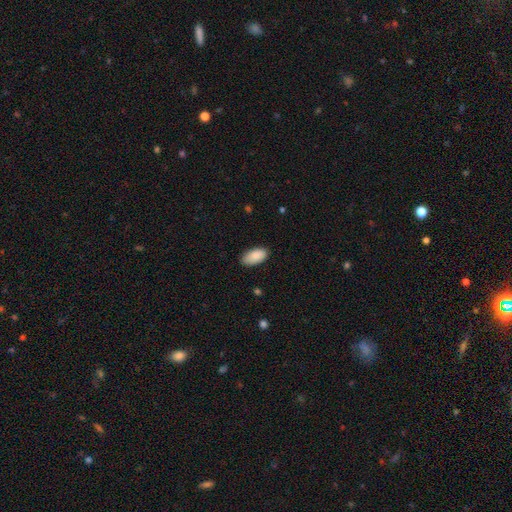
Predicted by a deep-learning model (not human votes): Smooth or featured? smooth (88%)
How rounded? in between (95%)
Merging? none (84%)